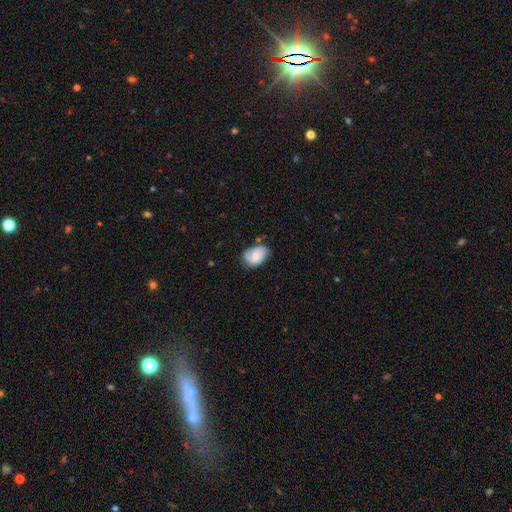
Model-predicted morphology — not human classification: type=smooth (52%); roundness=in between (79%); merging=none (54%).